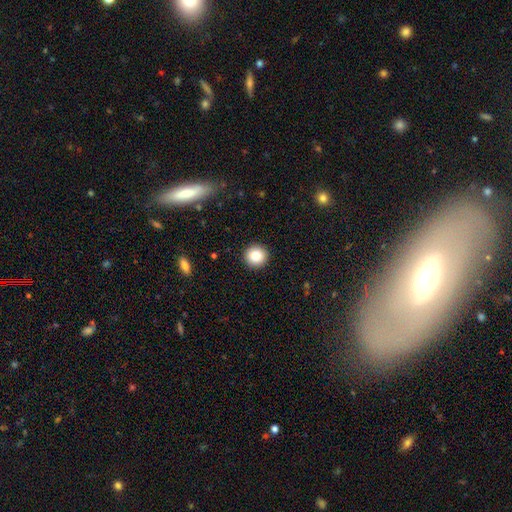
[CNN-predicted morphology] This appears to be a smooth galaxy with no disk features (85%) that is round (95%). Merging: none (93%).